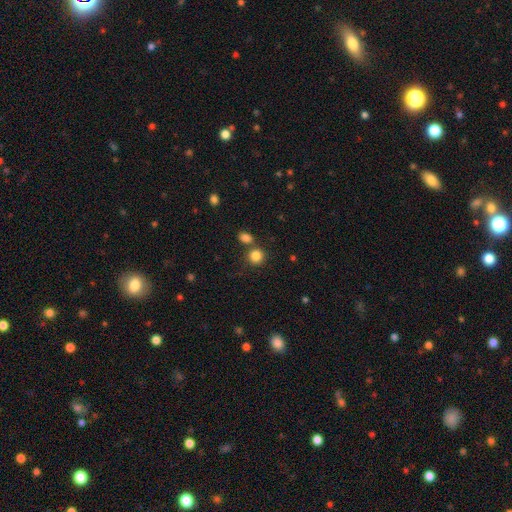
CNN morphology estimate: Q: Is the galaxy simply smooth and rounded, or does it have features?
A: smooth — 84%.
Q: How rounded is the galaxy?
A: round — 85%.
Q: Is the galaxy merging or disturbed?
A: none — 68%.